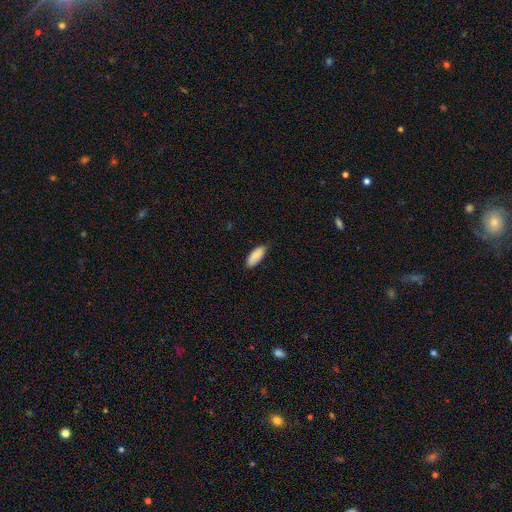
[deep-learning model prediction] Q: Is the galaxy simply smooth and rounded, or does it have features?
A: smooth — 89%.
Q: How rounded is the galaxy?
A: in between — 82%.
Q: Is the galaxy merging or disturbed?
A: none — 77%.